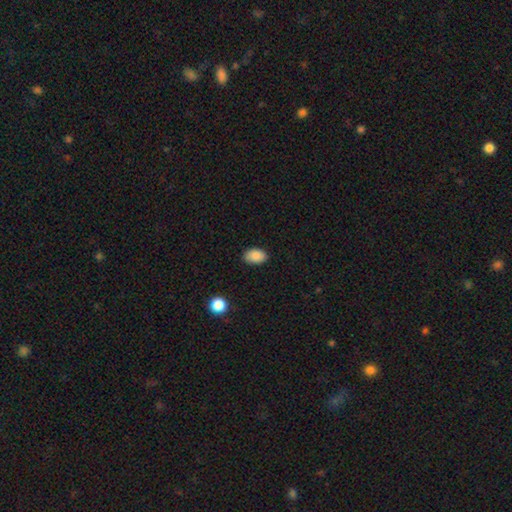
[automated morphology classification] smooth-or-featured: smooth: 88% | star or artifact: 8% | featured or disk: 4%
  how-rounded: in between: 88% | round: 11% | cigar-shaped: 1%
  merging: none: 86% | minor disturbance: 11% | major disturbance: 2% | merger: 1%